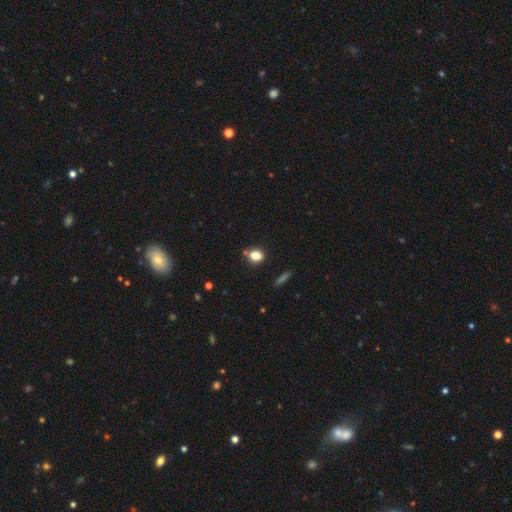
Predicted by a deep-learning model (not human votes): A smooth galaxy with no disk features (79%) that is round (57%).

Vote fractions:
- Smooth or featured? smooth: 79% / star or artifact: 13% / featured or disk: 8%
- How rounded? round: 57% / in between: 41% / cigar-shaped: 2%
- Merging? none: 75% / minor disturbance: 14% / merger: 8% / major disturbance: 3%